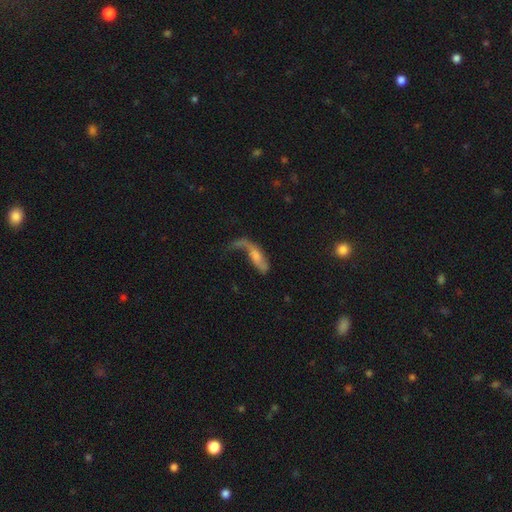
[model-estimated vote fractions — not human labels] Smooth or featured? featured or disk (60%)
Edge-on disk? no (77%)
Merging? major disturbance (45%)